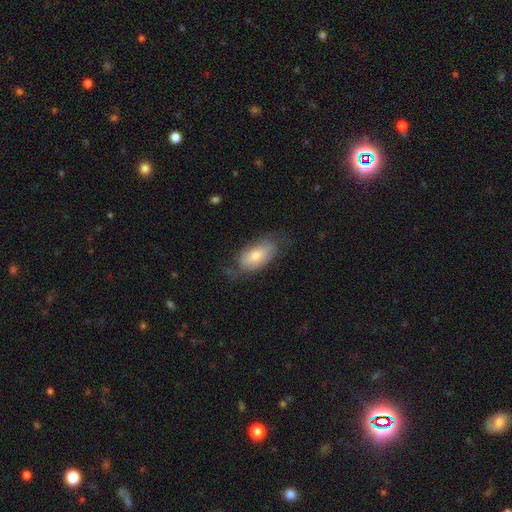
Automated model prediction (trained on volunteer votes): A smooth galaxy with no disk features (60%) that is in between round and cigar-shaped (91%).

Vote fractions:
- Smooth or featured? smooth: 60% / featured or disk: 33% / star or artifact: 7%
- How rounded? in between: 91% / cigar-shaped: 5% / round: 4%
- Merging? none: 62% / minor disturbance: 26% / major disturbance: 11% / merger: 1%